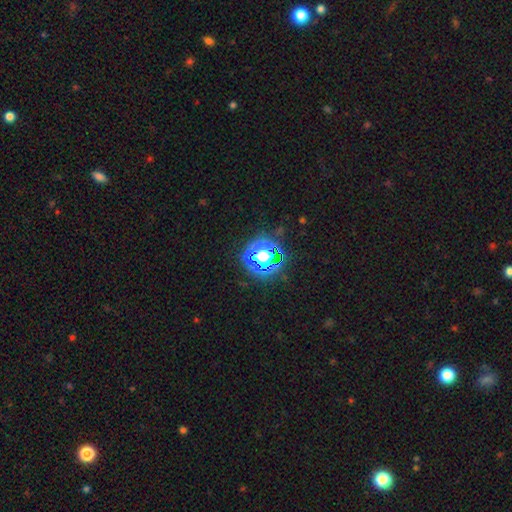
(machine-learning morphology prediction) Smooth or featured?
  - star or artifact: 74% *
  - smooth: 18%
  - featured or disk: 8%